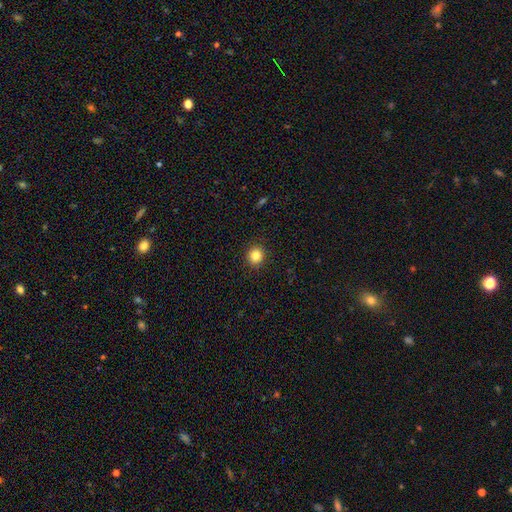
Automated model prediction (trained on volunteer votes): smooth-or-featured: smooth: 84% | star or artifact: 11% | featured or disk: 5%
  how-rounded: round: 88% | in between: 11% | cigar-shaped: 1%
  merging: none: 92% | minor disturbance: 6% | major disturbance: 2% | merger: 1%